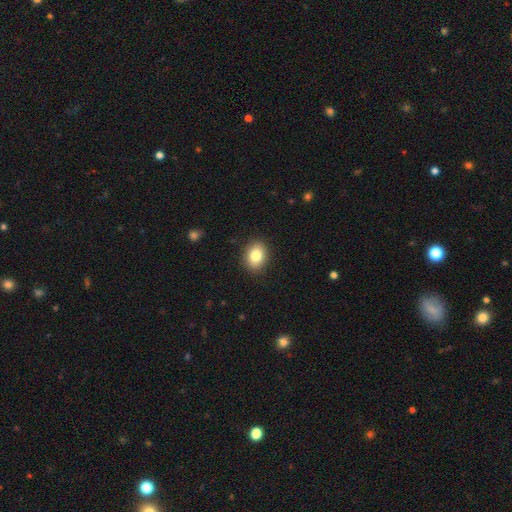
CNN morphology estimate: A smooth galaxy with no disk features (83%) that is in between round and cigar-shaped (64%). Merging: none (89%).